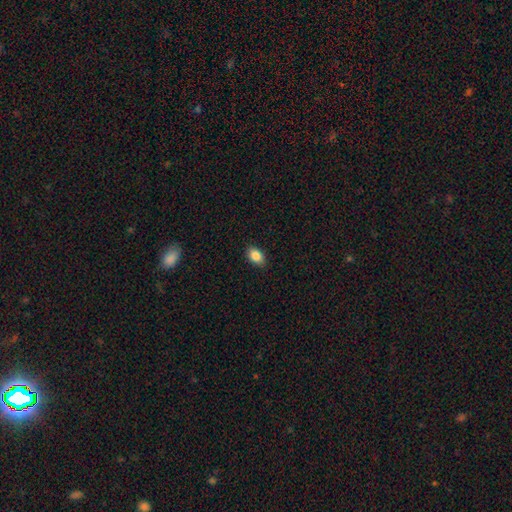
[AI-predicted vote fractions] smooth_or_featured: smooth (p=0.87) [alt: star or artifact p=0.08]
how_rounded: in between (p=0.85) [alt: round p=0.14]
merging: none (p=0.87) [alt: minor disturbance p=0.10]